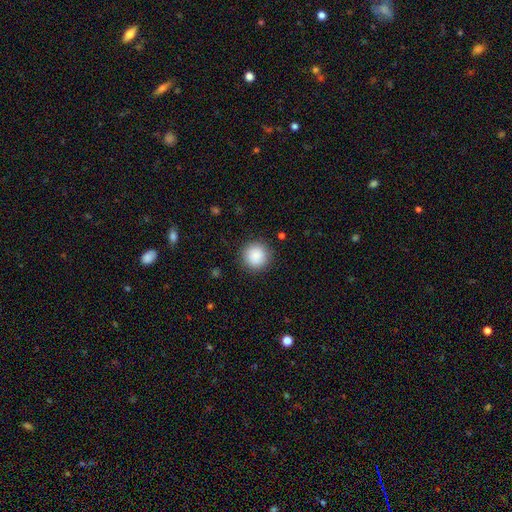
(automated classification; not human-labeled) A smooth galaxy with no disk features (88%) that is round (95%). Merging: none (90%).